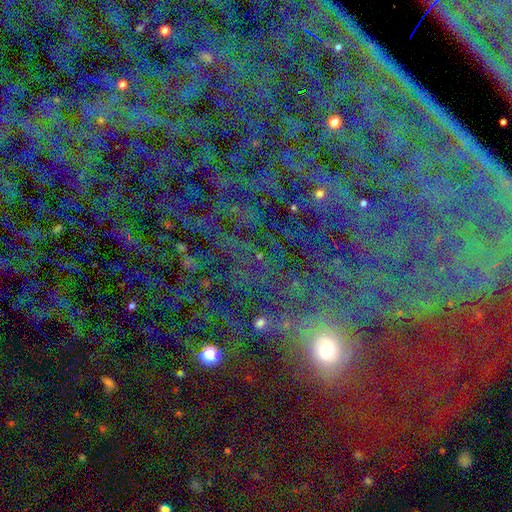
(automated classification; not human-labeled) smooth-or-featured: star or artifact: 71% | smooth: 17% | featured or disk: 12%